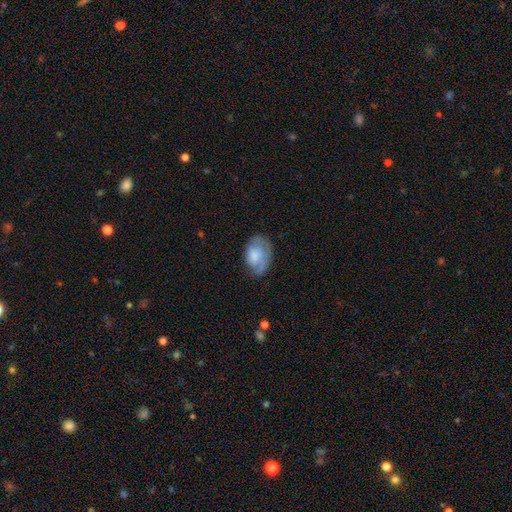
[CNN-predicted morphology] Q: Smooth or featured?
A: smooth (63%); runner-up: featured or disk (30%)
Q: How rounded?
A: in between (84%); runner-up: round (15%)
Q: Merging?
A: none (54%); runner-up: minor disturbance (30%)